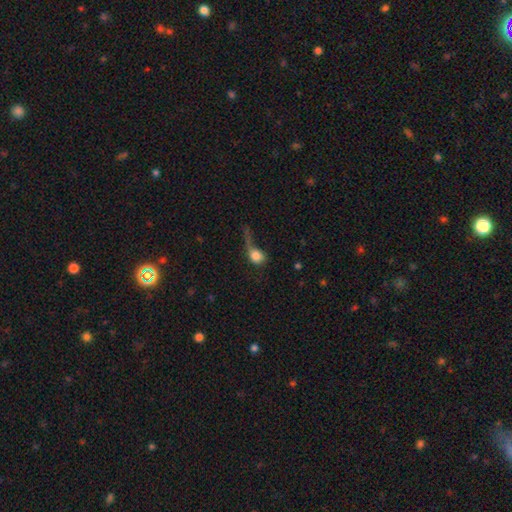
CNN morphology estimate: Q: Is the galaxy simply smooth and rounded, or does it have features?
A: smooth — 74%.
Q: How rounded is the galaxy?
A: round — 59%.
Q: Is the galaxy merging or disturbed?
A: major disturbance — 54%.